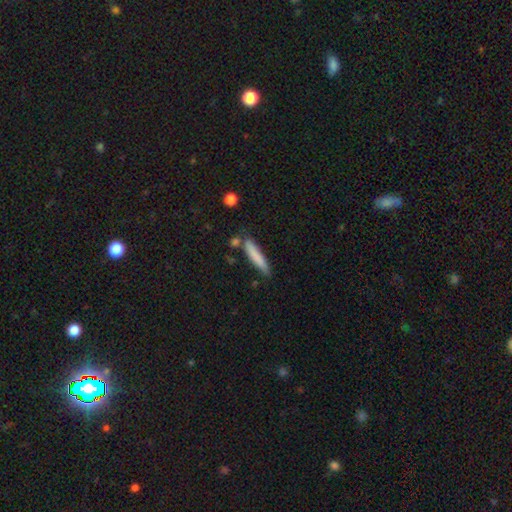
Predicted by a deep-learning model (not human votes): Smooth or featured?
  - smooth: 78% *
  - featured or disk: 16%
  - star or artifact: 6%
How rounded?
  - cigar-shaped: 89% *
  - in between: 9%
  - round: 1%
Merging?
  - none: 71% *
  - minor disturbance: 18%
  - merger: 7%
  - major disturbance: 4%